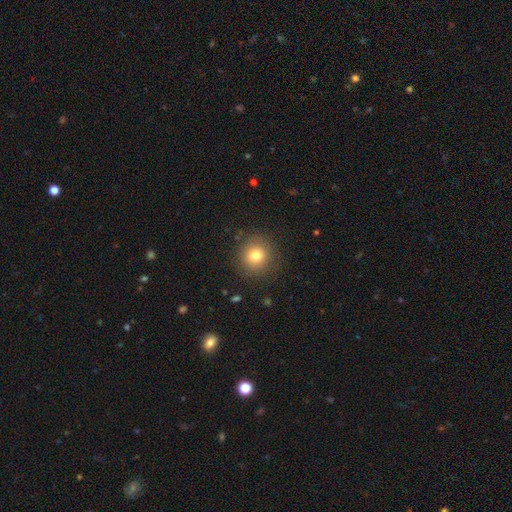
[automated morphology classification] Overall: smooth (77%). How rounded: round (93%). Merging: none (88%).